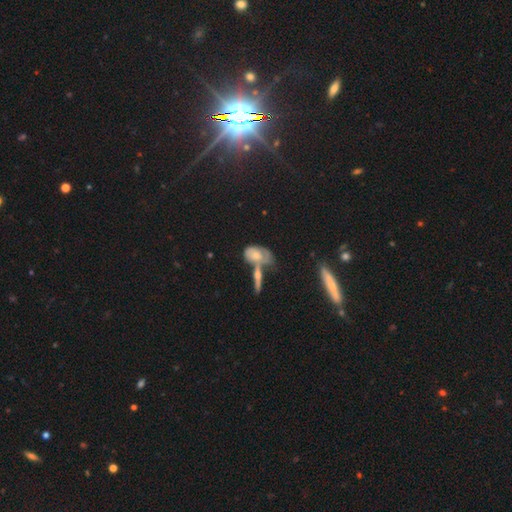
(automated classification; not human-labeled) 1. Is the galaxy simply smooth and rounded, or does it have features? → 50% smooth, 41% featured or disk, 9% star or artifact.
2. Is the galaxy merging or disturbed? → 44% merger, 27% none, 17% minor disturbance, 12% major disturbance.